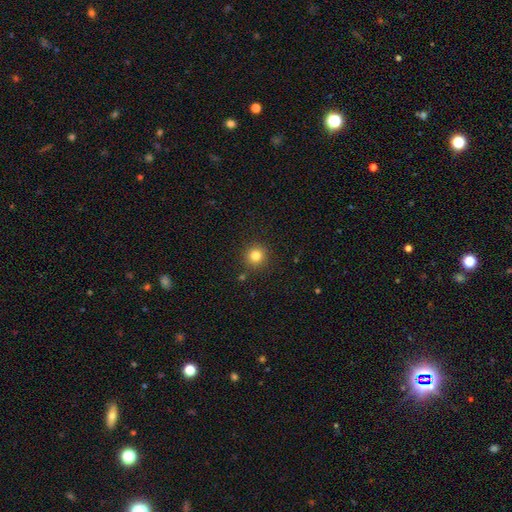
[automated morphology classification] Smooth or featured: smooth — 82% (star or artifact — 12%)
How rounded: round — 94% (in between — 5%)
Merging: none — 89% (minor disturbance — 6%)